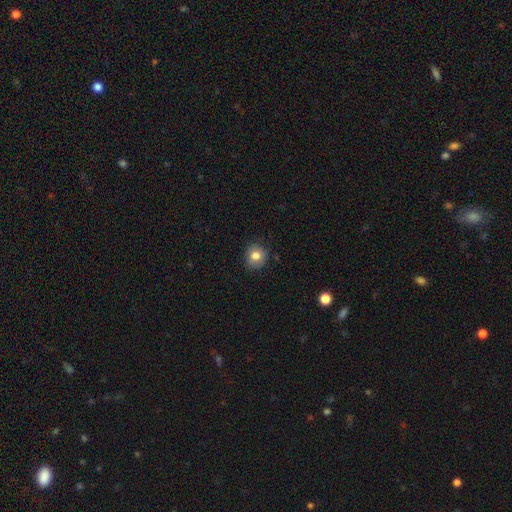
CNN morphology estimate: This appears to be a smooth galaxy with no disk features (80%) that is round (80%). Merging: none (81%).